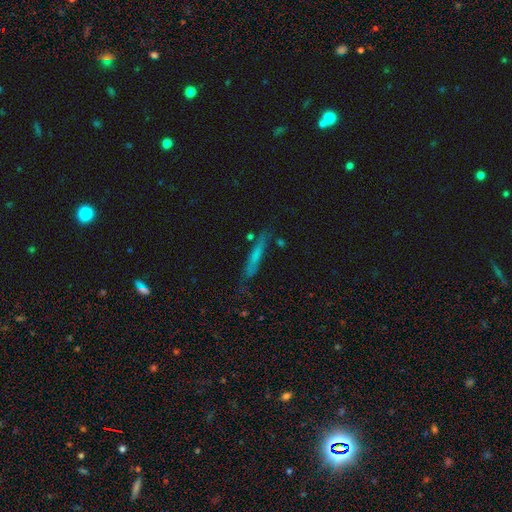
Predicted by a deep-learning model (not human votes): Q: Smooth or featured?
A: smooth (55%); runner-up: featured or disk (35%)
Q: How rounded?
A: cigar-shaped (92%); runner-up: in between (6%)
Q: Merging?
A: none (74%); runner-up: minor disturbance (17%)